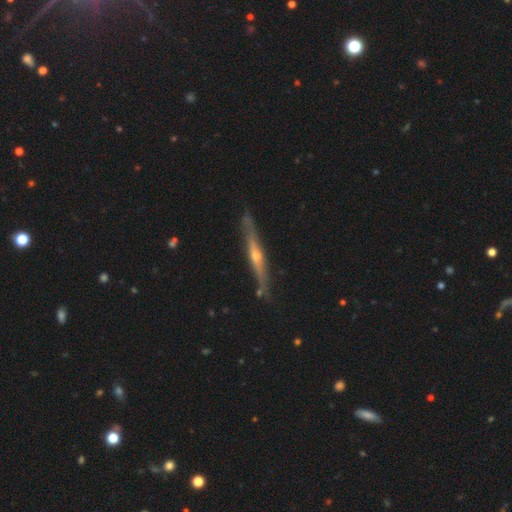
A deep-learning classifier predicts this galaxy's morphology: type=featured or disk (75%); edge-on=yes (96%); edge-on bulge=rounded (82%); merging=none (83%).